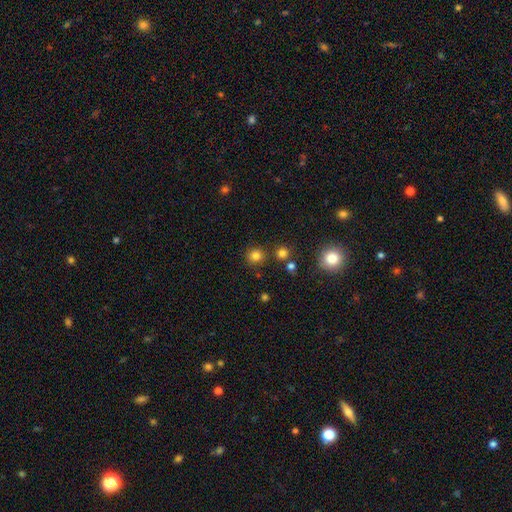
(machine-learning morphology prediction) A smooth galaxy with no disk features (80%) that is round (92%).

Vote fractions:
- Smooth or featured? smooth: 80% / star or artifact: 15% / featured or disk: 5%
- How rounded? round: 92% / in between: 7% / cigar-shaped: 1%
- Merging? none: 84% / minor disturbance: 7% / merger: 7% / major disturbance: 3%